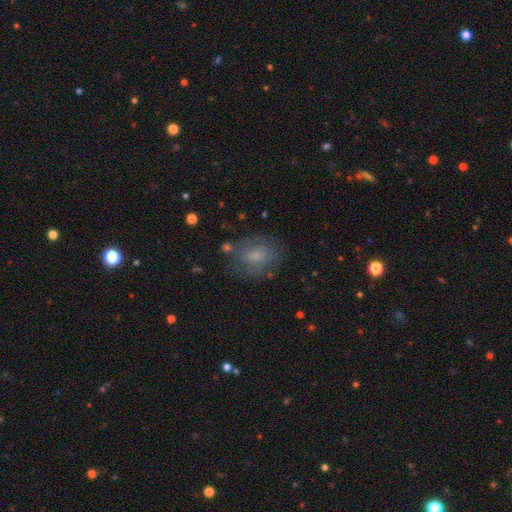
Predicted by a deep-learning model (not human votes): This appears to be a smooth galaxy with no disk features (55%) that is in between round and cigar-shaped (63%). Merging: none (69%).